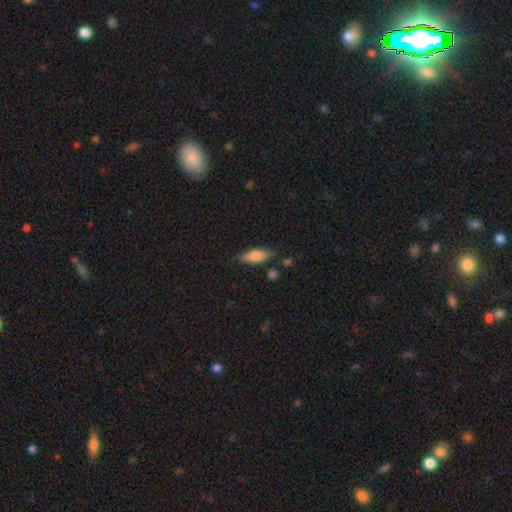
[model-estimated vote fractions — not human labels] smooth_or_featured: smooth (p=0.76) [alt: featured or disk p=0.17]
how_rounded: in between (p=0.69) [alt: cigar-shaped p=0.29]
merging: none (p=0.77) [alt: minor disturbance p=0.16]